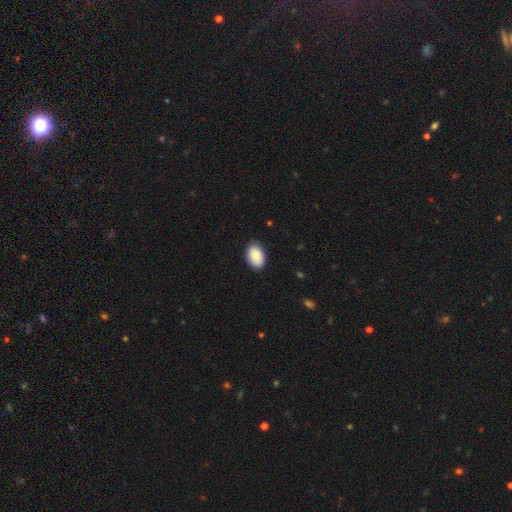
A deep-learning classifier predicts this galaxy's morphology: This appears to be a smooth galaxy with no disk features (88%) that is in between round and cigar-shaped (92%). Merging: none (88%).